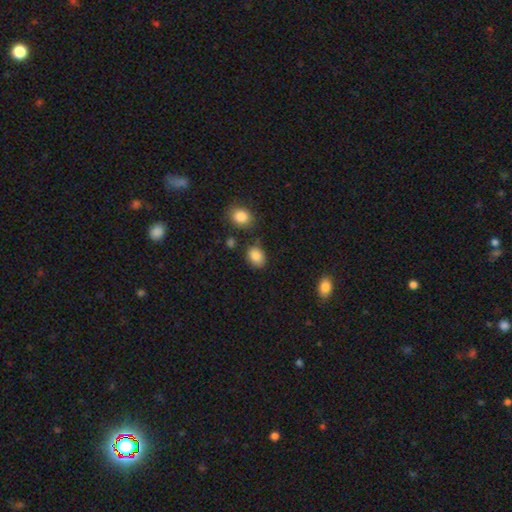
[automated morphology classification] A smooth galaxy with no disk features (86%) that is in between round and cigar-shaped (62%). Merging: none (73%).